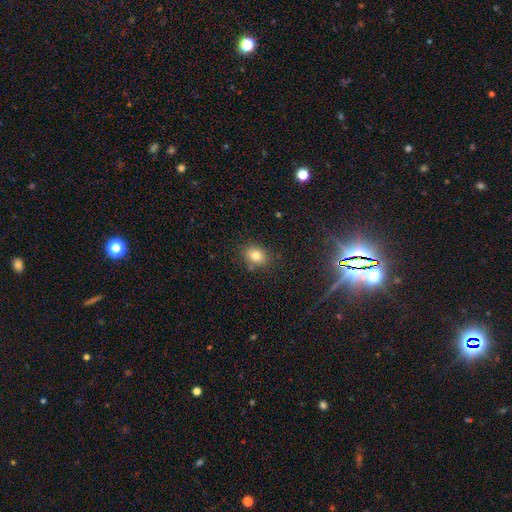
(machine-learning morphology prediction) Smooth or featured: smooth — 80% (star or artifact — 12%)
How rounded: round — 51% (in between — 48%)
Merging: none — 80% (minor disturbance — 12%)